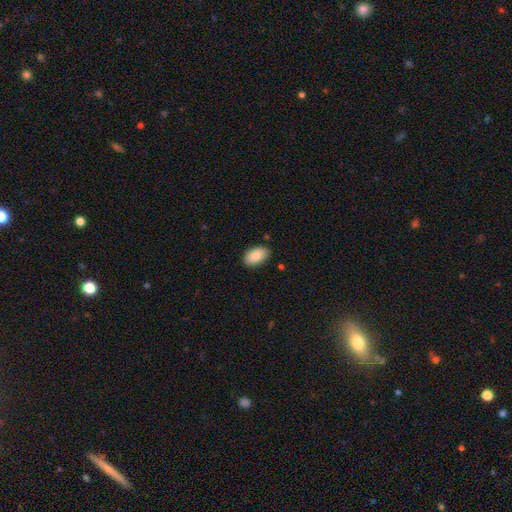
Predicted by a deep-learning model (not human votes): Morphology: type=smooth (88%); roundness=in between (94%); merging=none (86%).